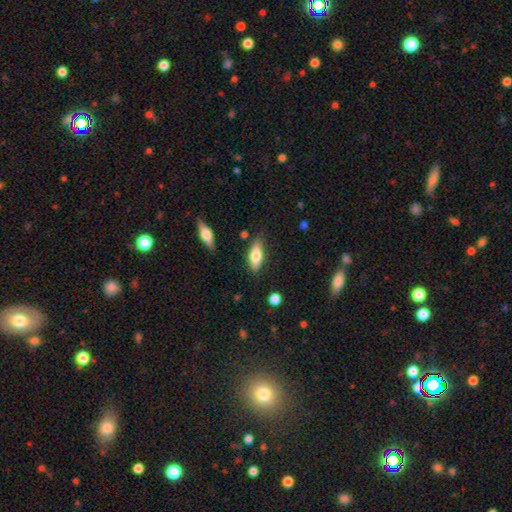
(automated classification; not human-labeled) Smooth or featured?
  - smooth: 66% *
  - featured or disk: 28%
  - star or artifact: 7%
How rounded?
  - in between: 61% *
  - cigar-shaped: 37%
  - round: 2%
Merging?
  - none: 80% *
  - minor disturbance: 13%
  - merger: 3%
  - major disturbance: 3%